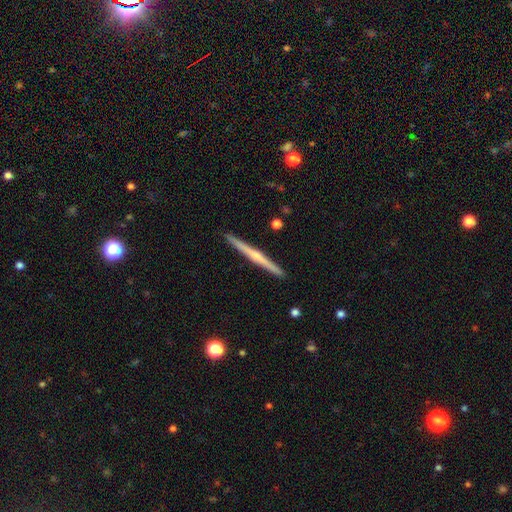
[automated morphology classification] A featured or disk galaxy (73%) viewed edge-on (98%) with a rounded central bulge (72%).

Vote fractions:
- Smooth or featured? featured or disk: 73% / smooth: 21% / star or artifact: 6%
- Edge-on disk? yes: 98% / no: 2%
- Edge-on bulge? rounded: 72% / none: 22% / boxy: 5%
- Merging? none: 93% / minor disturbance: 5% / merger: 1% / major disturbance: 1%